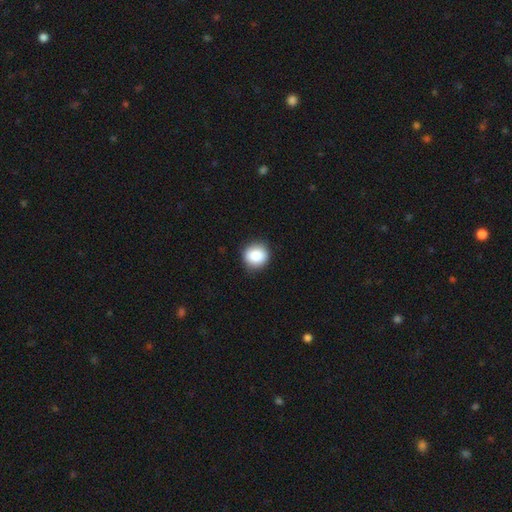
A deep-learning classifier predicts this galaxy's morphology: A smooth galaxy with no disk features (86%) that is round (88%).

Vote fractions:
- Smooth or featured? smooth: 86% / star or artifact: 9% / featured or disk: 5%
- How rounded? round: 88% / in between: 11% / cigar-shaped: 1%
- Merging? none: 88% / minor disturbance: 9% / major disturbance: 2% / merger: 1%